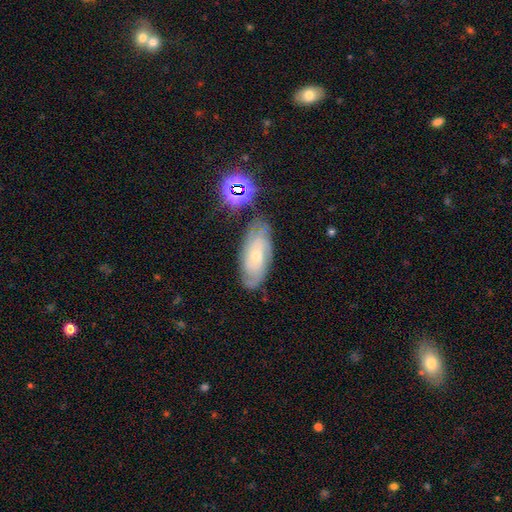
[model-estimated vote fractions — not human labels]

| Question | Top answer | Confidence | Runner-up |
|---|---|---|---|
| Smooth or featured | featured or disk | 68% | smooth (21%) |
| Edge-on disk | no | 91% | yes (9%) |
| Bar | no | 72% | weak (23%) |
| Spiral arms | yes | 91% | no (9%) |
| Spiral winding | tight | 66% | medium (27%) |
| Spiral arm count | can't tell | 47% | 2 (18%) |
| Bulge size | small | 69% | moderate (27%) |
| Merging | none | 76% | minor disturbance (16%) |